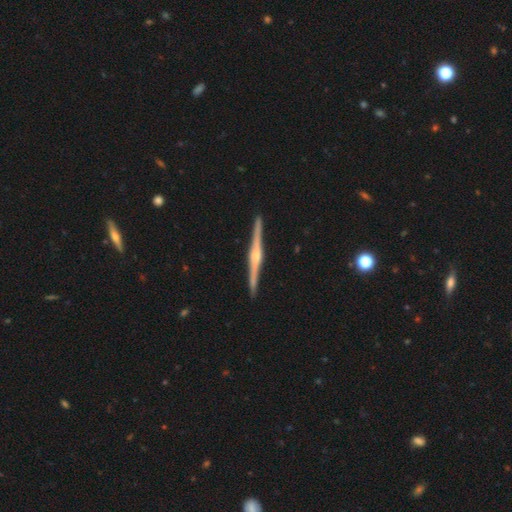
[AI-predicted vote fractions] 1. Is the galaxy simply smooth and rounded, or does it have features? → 88% featured or disk, 8% smooth, 4% star or artifact.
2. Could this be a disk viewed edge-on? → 99% yes, 1% no.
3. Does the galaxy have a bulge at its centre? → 78% rounded, 15% boxy, 7% none.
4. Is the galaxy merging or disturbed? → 93% none, 5% minor disturbance, 1% major disturbance, 1% merger.